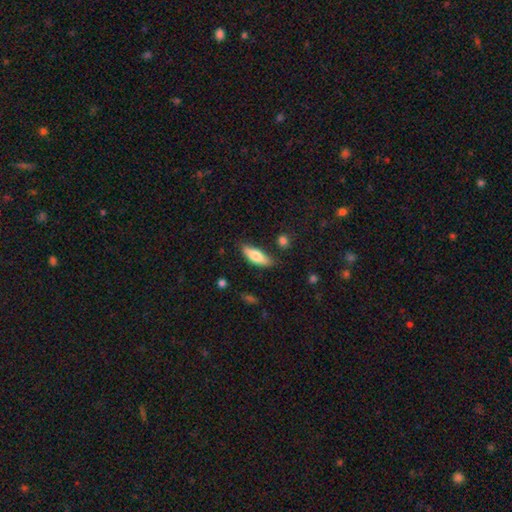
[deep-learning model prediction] This appears to be a smooth galaxy with no disk features (75%) that is in between round and cigar-shaped (59%). Merging: none (75%).